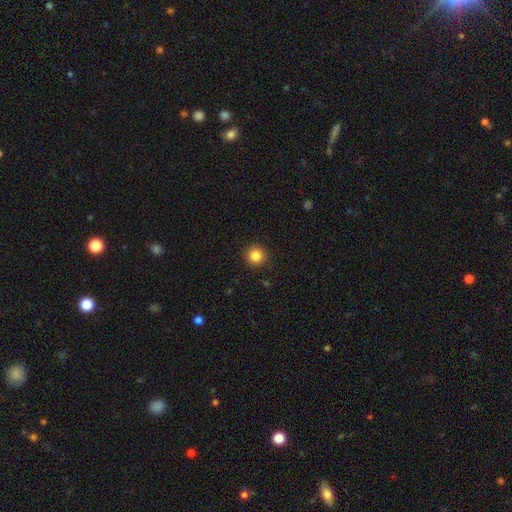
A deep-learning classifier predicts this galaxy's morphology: type=smooth (85%); roundness=round (95%); merging=none (91%).